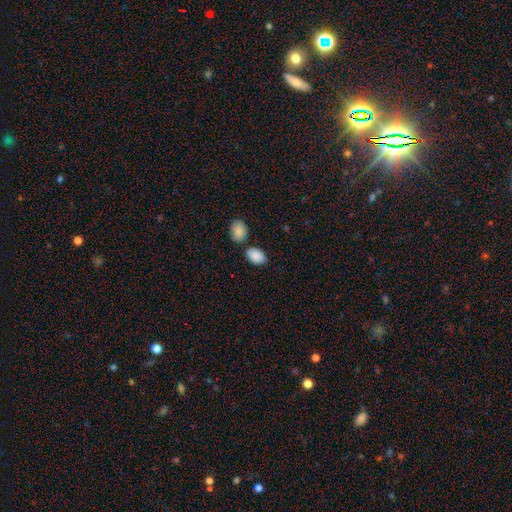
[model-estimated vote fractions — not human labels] This is clearly a smooth galaxy (89%). How rounded: clearly in between (88%). Merging: likely none (73%).